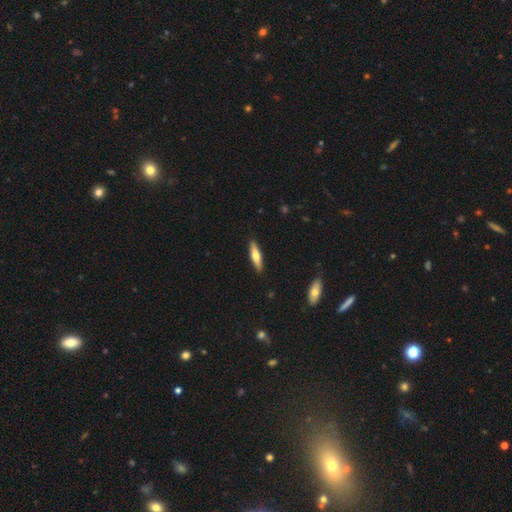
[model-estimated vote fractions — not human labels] Smooth or featured? Predicted: smooth (p=0.57). How rounded? Predicted: cigar-shaped (p=0.76). Merging? Predicted: none (p=0.90).